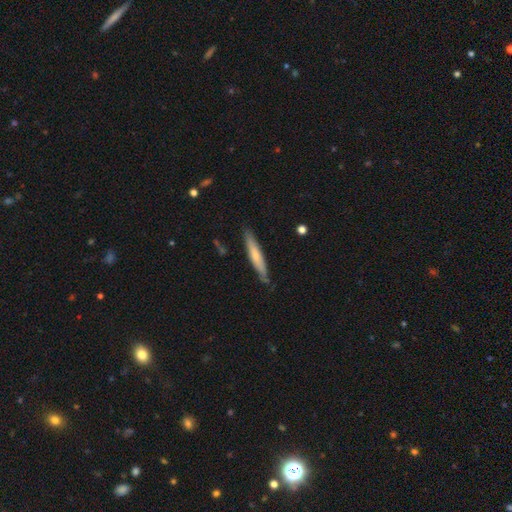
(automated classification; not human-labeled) Morphology: type=smooth (60%); roundness=cigar-shaped (92%); merging=none (82%).